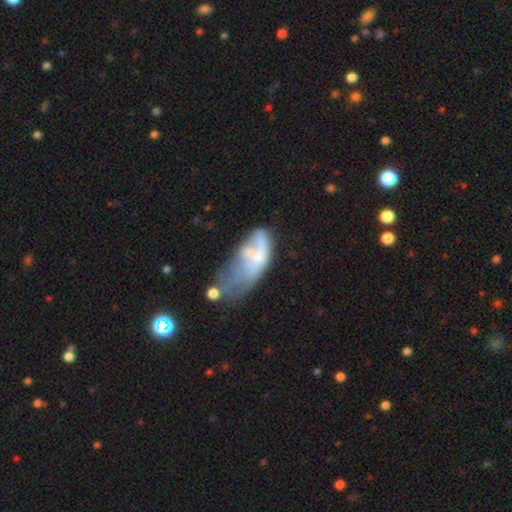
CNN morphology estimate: This appears to be a featured or disk galaxy (47%). Merging: major disturbance (44%).